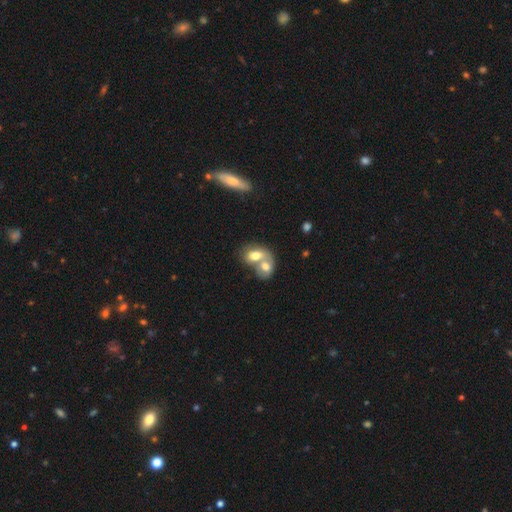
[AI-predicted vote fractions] Smooth or featured? smooth (66%)
How rounded? in between (77%)
Merging? merger (74%)